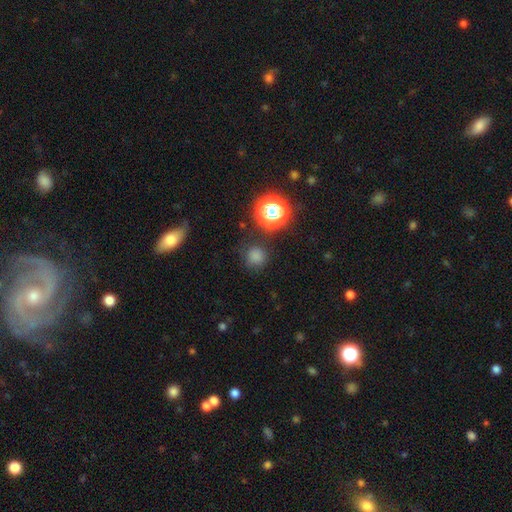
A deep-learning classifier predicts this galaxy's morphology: A smooth galaxy with no disk features (74%) that is round (92%).

Vote fractions:
- Smooth or featured? smooth: 74% / star or artifact: 21% / featured or disk: 5%
- How rounded? round: 92% / in between: 7% / cigar-shaped: 1%
- Merging? none: 81% / minor disturbance: 11% / major disturbance: 5% / merger: 4%